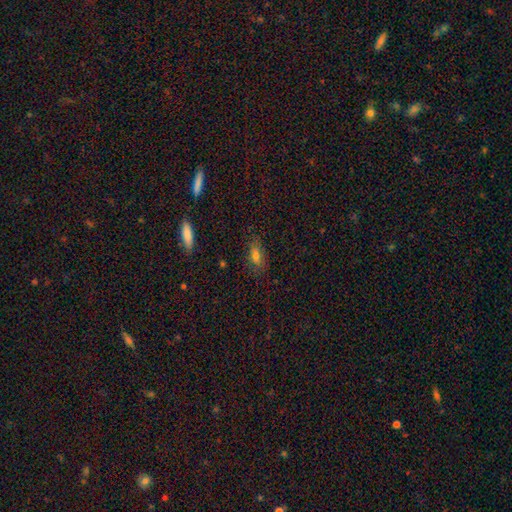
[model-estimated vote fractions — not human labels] Morphology: type=smooth (71%); roundness=in between (75%); merging=none (79%).